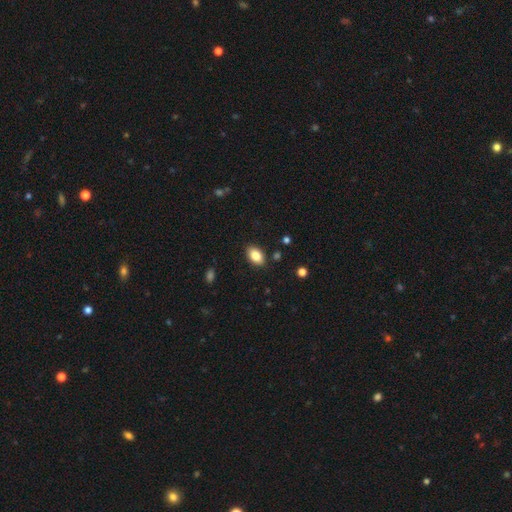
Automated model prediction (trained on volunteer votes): Morphology: type=smooth (85%); roundness=in between (91%); merging=none (87%).